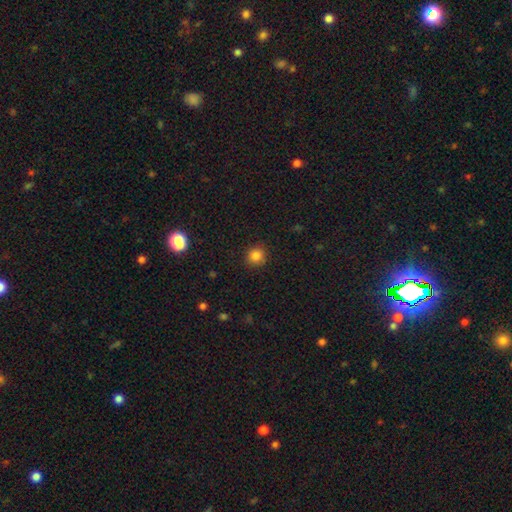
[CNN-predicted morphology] Q: Smooth or featured?
A: smooth (84%); runner-up: star or artifact (12%)
Q: How rounded?
A: round (88%); runner-up: in between (11%)
Q: Merging?
A: none (89%); runner-up: minor disturbance (8%)